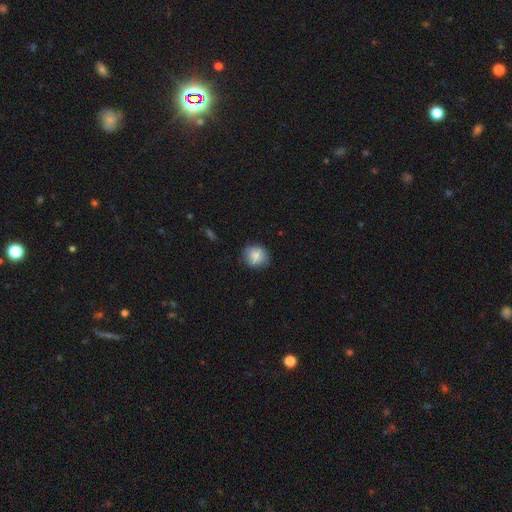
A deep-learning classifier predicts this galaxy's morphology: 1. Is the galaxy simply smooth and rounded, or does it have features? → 85% smooth, 8% star or artifact, 7% featured or disk.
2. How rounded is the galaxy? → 85% round, 14% in between, 1% cigar-shaped.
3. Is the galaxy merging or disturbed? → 83% none, 14% minor disturbance, 3% major disturbance, 1% merger.